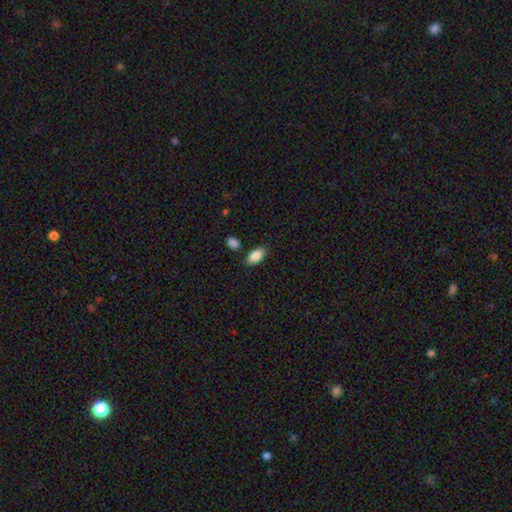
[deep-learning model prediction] smooth_or_featured: smooth (p=0.85) [alt: featured or disk p=0.08]
how_rounded: in between (p=0.91) [alt: cigar-shaped p=0.06]
merging: none (p=0.82) [alt: minor disturbance p=0.11]